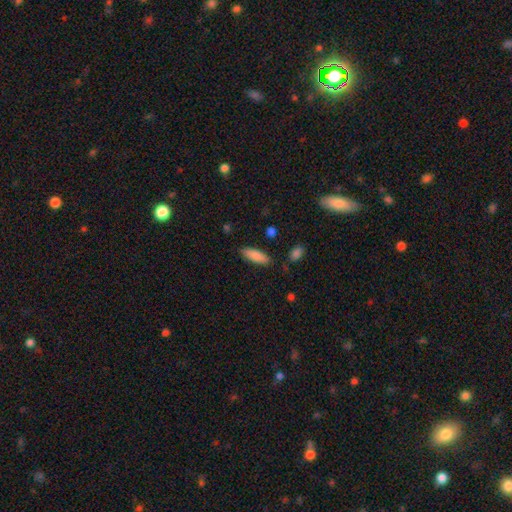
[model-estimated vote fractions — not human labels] Smooth or featured: smooth — 86% (featured or disk — 8%)
How rounded: in between — 60% (cigar-shaped — 39%)
Merging: none — 84% (minor disturbance — 11%)